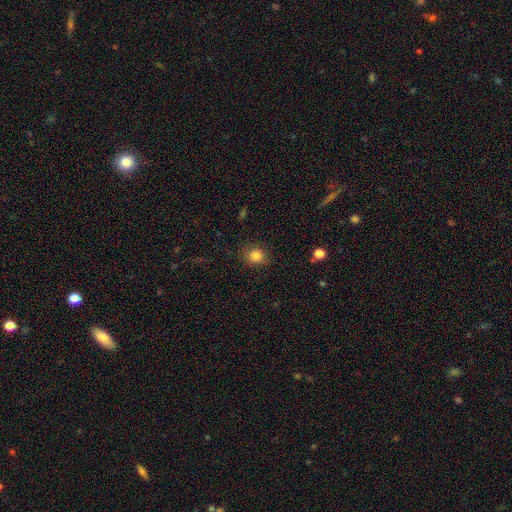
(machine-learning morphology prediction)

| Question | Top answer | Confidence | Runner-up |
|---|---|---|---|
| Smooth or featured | smooth | 83% | star or artifact (11%) |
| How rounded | round | 75% | in between (24%) |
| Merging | none | 84% | minor disturbance (12%) |